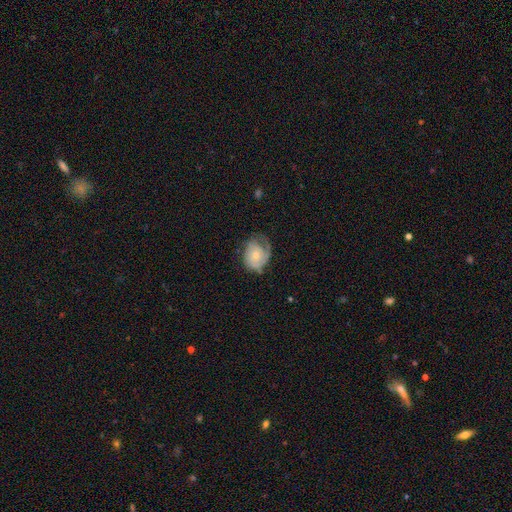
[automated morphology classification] A featured or disk galaxy (62%) with no bar (79%), spiral arms (83%) and a small central bulge (54%). Merging: none (47%).